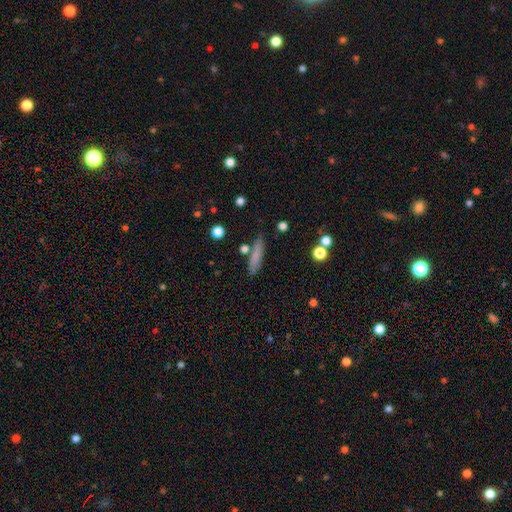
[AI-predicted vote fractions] Q: Smooth or featured?
A: smooth (76%); runner-up: featured or disk (16%)
Q: How rounded?
A: cigar-shaped (81%); runner-up: in between (16%)
Q: Merging?
A: none (79%); runner-up: minor disturbance (12%)